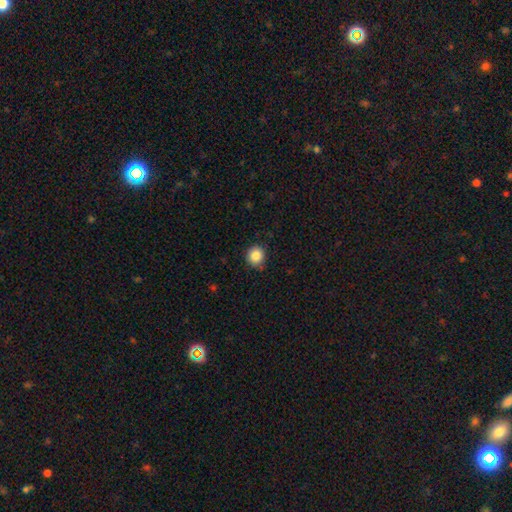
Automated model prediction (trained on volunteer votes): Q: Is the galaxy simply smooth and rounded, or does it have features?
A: smooth — 86%.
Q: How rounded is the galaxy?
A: round — 89%.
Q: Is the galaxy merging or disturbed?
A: none — 85%.